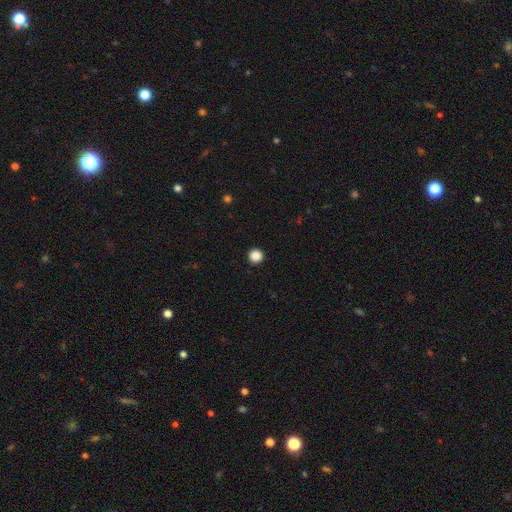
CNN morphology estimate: Smooth or featured?
  - smooth: 87% *
  - star or artifact: 10%
  - featured or disk: 3%
How rounded?
  - round: 96% *
  - in between: 3%
  - cigar-shaped: 1%
Merging?
  - none: 94% *
  - minor disturbance: 4%
  - major disturbance: 1%
  - merger: 1%